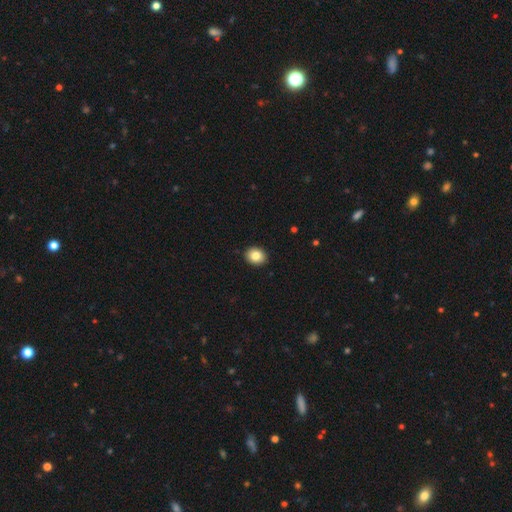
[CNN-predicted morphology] type=smooth (84%); roundness=round (52%); merging=none (91%).